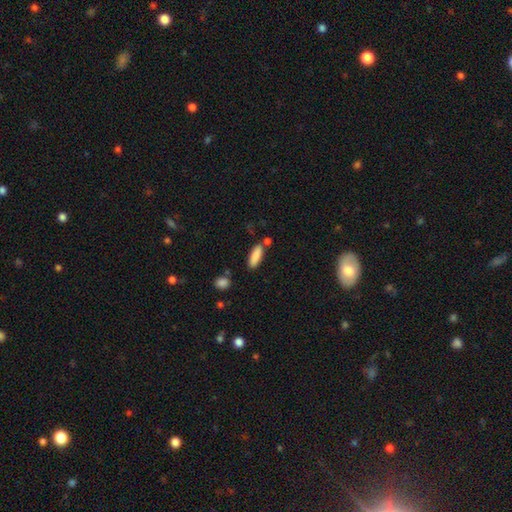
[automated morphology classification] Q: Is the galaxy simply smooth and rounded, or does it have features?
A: smooth — 88%.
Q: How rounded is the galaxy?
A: in between — 58%.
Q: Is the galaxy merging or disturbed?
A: none — 76%.